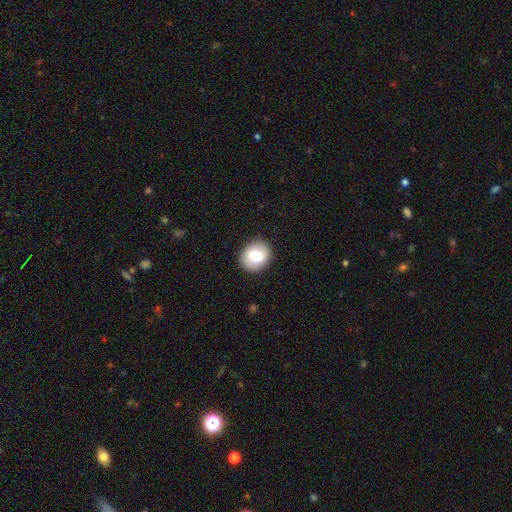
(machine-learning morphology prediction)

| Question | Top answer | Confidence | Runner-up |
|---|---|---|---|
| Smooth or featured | smooth | 74% | featured or disk (19%) |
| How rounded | round | 69% | in between (30%) |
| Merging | none | 89% | minor disturbance (8%) |